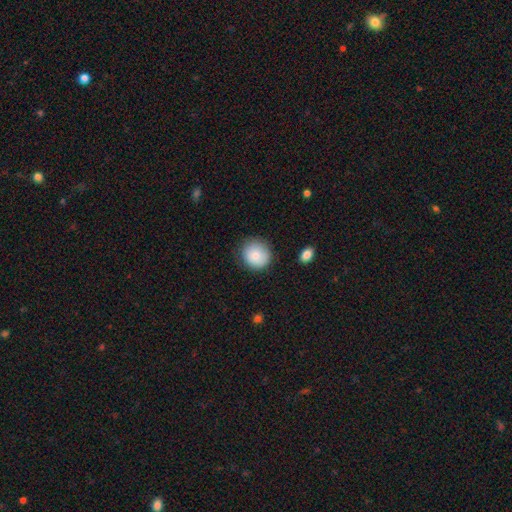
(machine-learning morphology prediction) This is clearly a smooth galaxy (84%). How rounded: clearly round (86%). Merging: clearly none (82%).